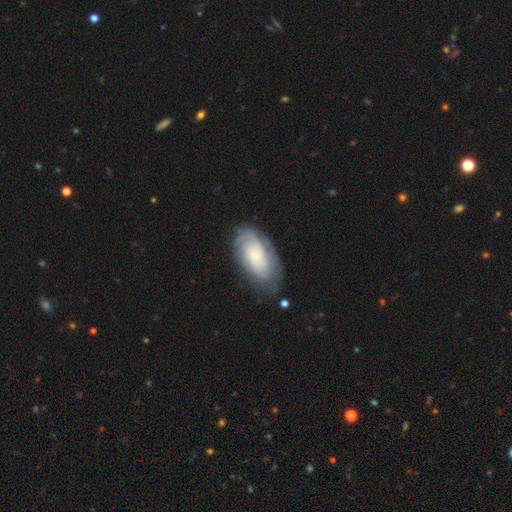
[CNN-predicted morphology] Q: Smooth or featured?
A: featured or disk (69%); runner-up: smooth (25%)
Q: Edge-on disk?
A: no (94%); runner-up: yes (6%)
Q: Bar?
A: no (79%); runner-up: weak (17%)
Q: Spiral arms?
A: yes (87%); runner-up: no (13%)
Q: Spiral winding?
A: tight (71%); runner-up: medium (22%)
Q: Spiral arm count?
A: can't tell (50%); runner-up: 2 (24%)
Q: Bulge size?
A: small (78%); runner-up: moderate (16%)
Q: Merging?
A: none (73%); runner-up: minor disturbance (19%)